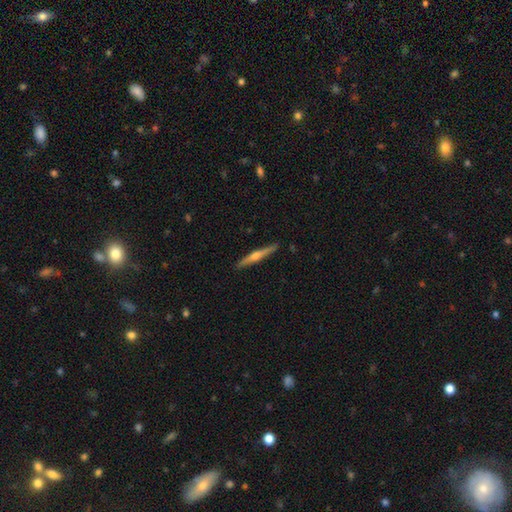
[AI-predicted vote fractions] smooth-or-featured: featured or disk: 67% | smooth: 27% | star or artifact: 5%
  disk-edge-on: yes: 98% | no: 2%
    edge-on-bulge: rounded: 85% | none: 9% | boxy: 6%
  merging: none: 90% | minor disturbance: 7% | major disturbance: 1% | merger: 1%